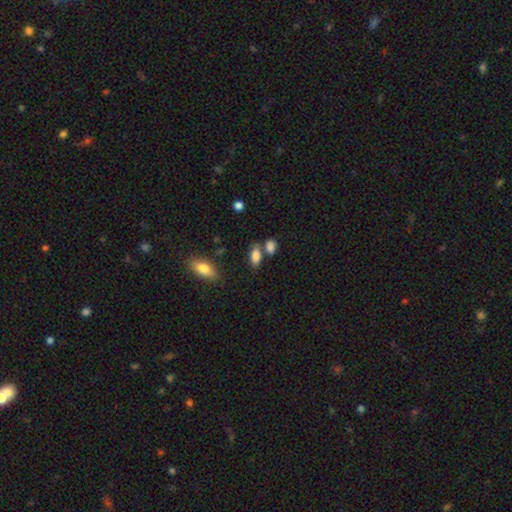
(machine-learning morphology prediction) This is clearly a smooth galaxy (84%). How rounded: clearly in between (86%). Merging: likely none (60%).